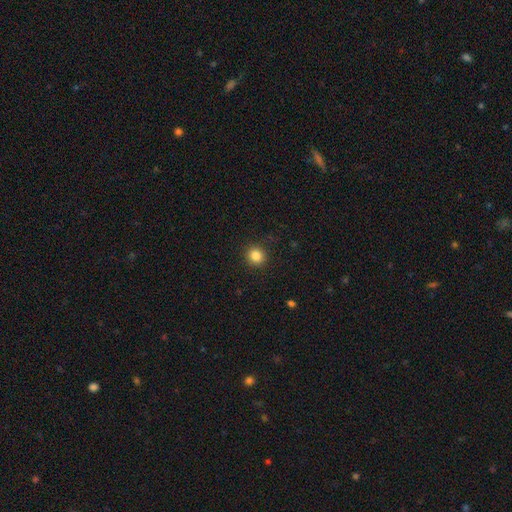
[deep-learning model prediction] Smooth or featured?
  - smooth: 84% *
  - star or artifact: 11%
  - featured or disk: 5%
How rounded?
  - round: 91% *
  - in between: 8%
  - cigar-shaped: 1%
Merging?
  - none: 91% *
  - minor disturbance: 6%
  - major disturbance: 2%
  - merger: 1%